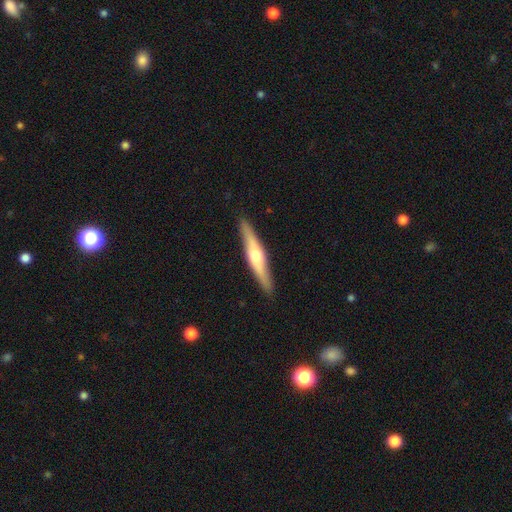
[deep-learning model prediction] smooth_or_featured: featured or disk (p=0.58) [alt: smooth p=0.37]
disk_edge_on: yes (p=0.94) [alt: no p=0.06]
edge_on_bulge: rounded (p=0.88) [alt: none p=0.07]
merging: none (p=0.90) [alt: minor disturbance p=0.07]